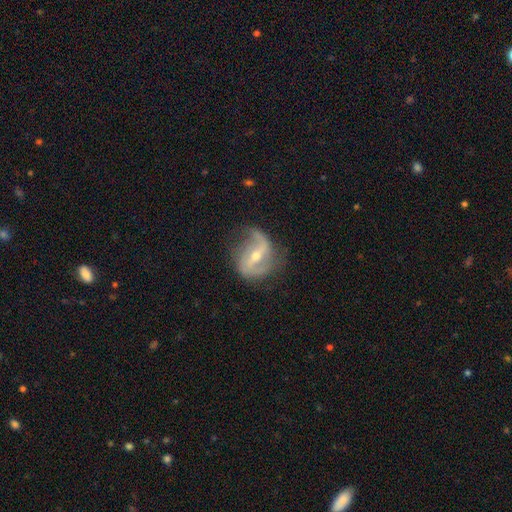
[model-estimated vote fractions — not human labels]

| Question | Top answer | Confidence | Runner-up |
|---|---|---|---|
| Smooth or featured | featured or disk | 86% | smooth (8%) |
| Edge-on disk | no | 97% | yes (3%) |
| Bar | strong | 46% | weak (39%) |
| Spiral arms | yes | 93% | no (7%) |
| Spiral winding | loose | 53% | medium (36%) |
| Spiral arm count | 2 | 80% | 1 (9%) |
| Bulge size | moderate | 52% | small (45%) |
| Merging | none | 61% | minor disturbance (23%) |